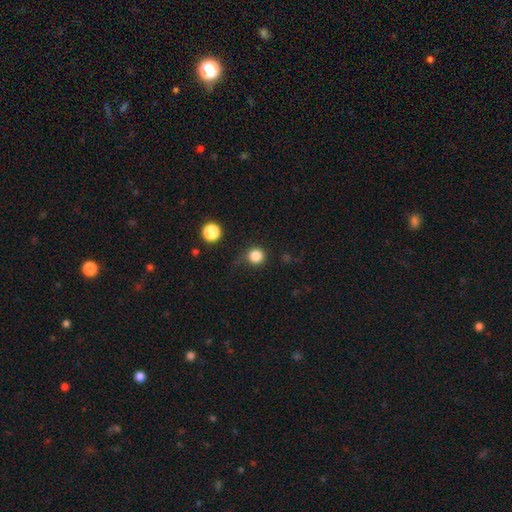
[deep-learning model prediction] smooth 83%, star or artifact 12%, featured or disk 5%. Down the decision tree: how rounded — round (94%); merging — none (72%).